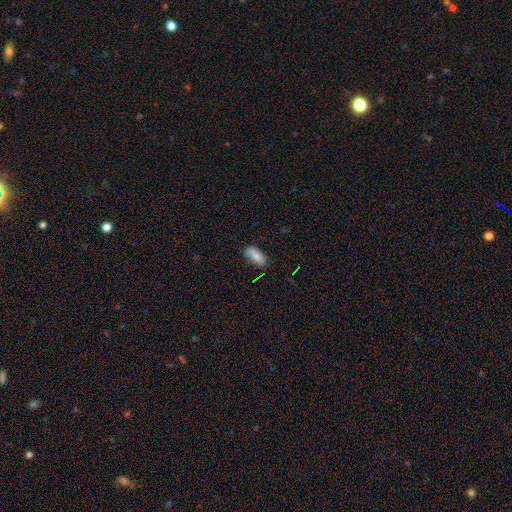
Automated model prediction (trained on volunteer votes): Q: Smooth or featured?
A: smooth (85%); runner-up: star or artifact (8%)
Q: How rounded?
A: in between (85%); runner-up: cigar-shaped (12%)
Q: Merging?
A: none (80%); runner-up: minor disturbance (16%)